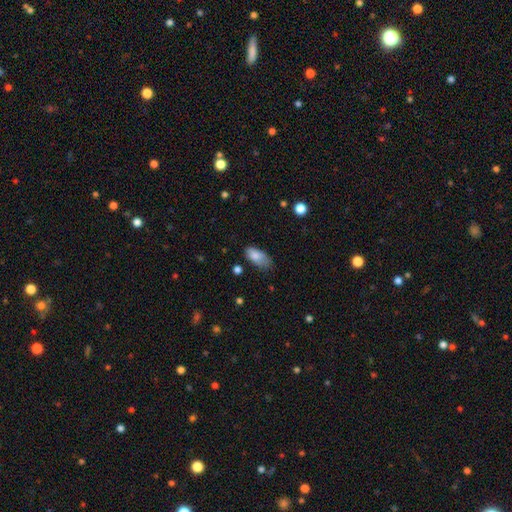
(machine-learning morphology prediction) Smooth or featured: smooth — 83% (featured or disk — 9%)
How rounded: in between — 89% (cigar-shaped — 8%)
Merging: none — 53% (minor disturbance — 35%)